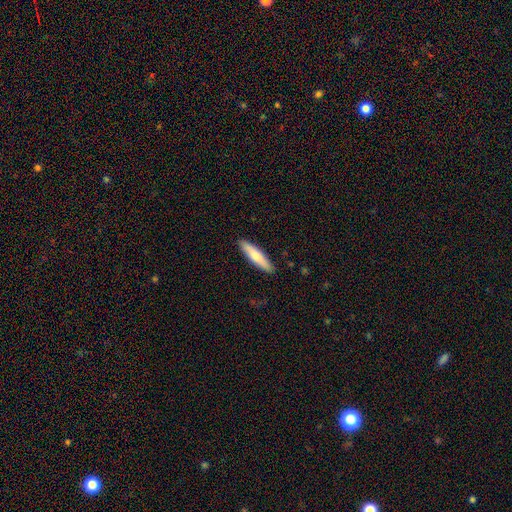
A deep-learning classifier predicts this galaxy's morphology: Smooth or featured? smooth (70%)
How rounded? cigar-shaped (81%)
Merging? none (90%)